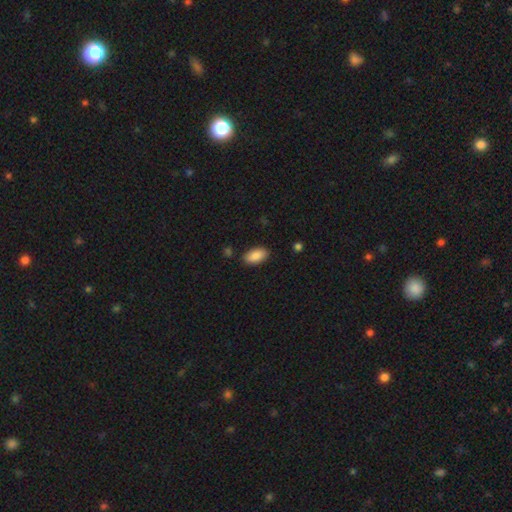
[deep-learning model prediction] The model was most divided on "merging": none: 86%, minor disturbance: 9%, major disturbance: 2%, merger: 2%. More confident: how rounded — in between (94%); smooth or featured — smooth (88%).